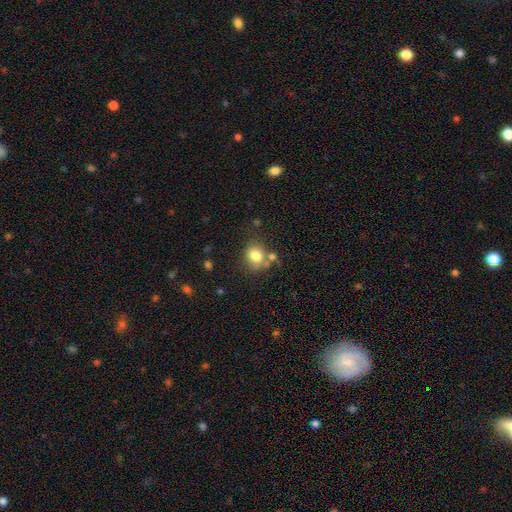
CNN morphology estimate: Smooth or featured? Predicted: smooth (p=0.79). How rounded? Predicted: round (p=0.66). Merging? Predicted: none (p=0.59).